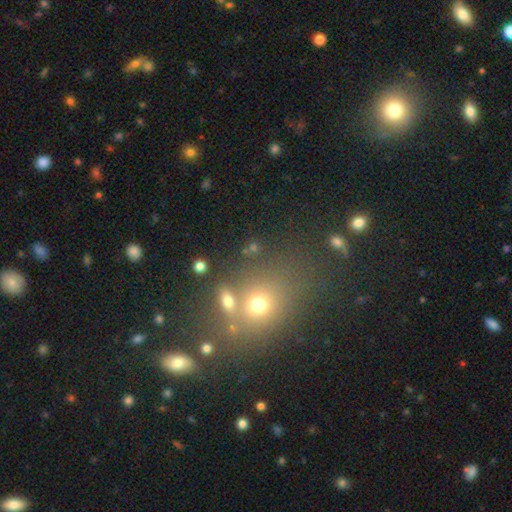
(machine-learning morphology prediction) Smooth or featured? Predicted: smooth (p=0.55). How rounded? Predicted: round (p=0.57). Merging? Predicted: none (p=0.65).